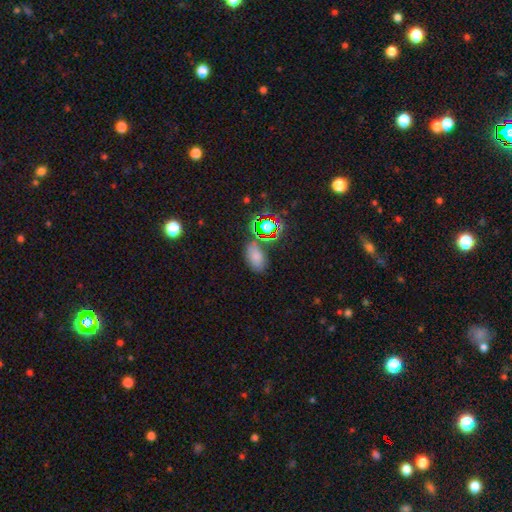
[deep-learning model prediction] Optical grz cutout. It shows a smooth galaxy with no disk features (65%) that is in between round and cigar-shaped (88%). Merging: none (68%).